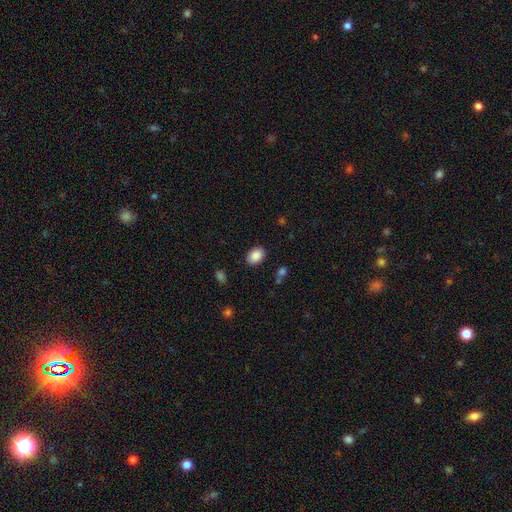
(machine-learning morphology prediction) The model was most divided on "how rounded": in between: 74%, round: 25%, cigar-shaped: 1%. More confident: smooth or featured — smooth (87%); merging — none (86%).